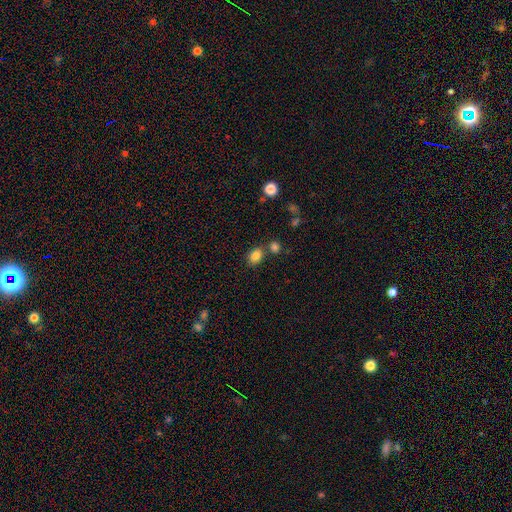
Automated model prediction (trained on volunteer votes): Overall: smooth (84%). How rounded: in between (67%; round 32%). Merging: none (67%).